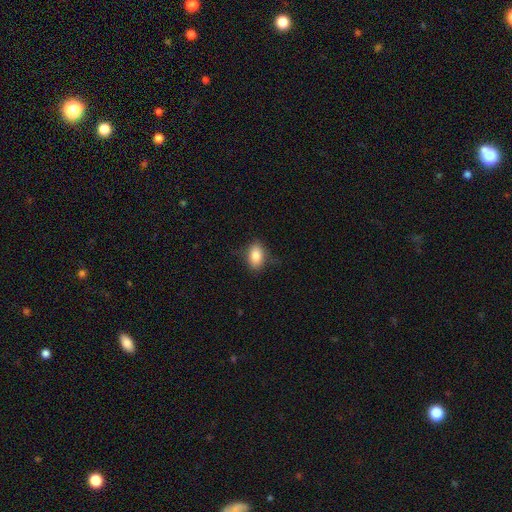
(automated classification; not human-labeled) This is clearly a smooth galaxy (84%). How rounded: clearly in between (87%). Merging: likely none (78%).